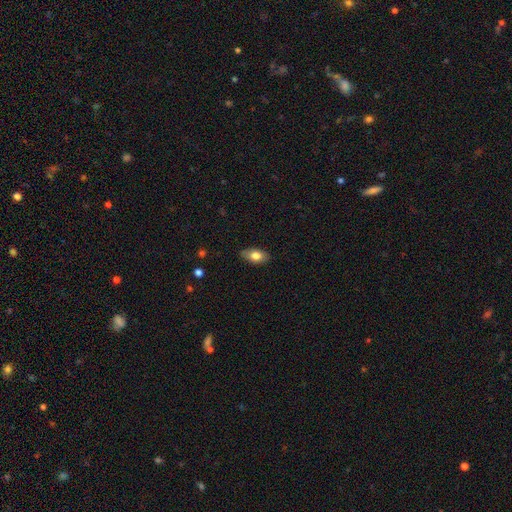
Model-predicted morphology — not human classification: smooth_or_featured: smooth (p=0.78) [alt: featured or disk p=0.14]
how_rounded: in between (p=0.90) [alt: round p=0.06]
merging: none (p=0.84) [alt: minor disturbance p=0.13]